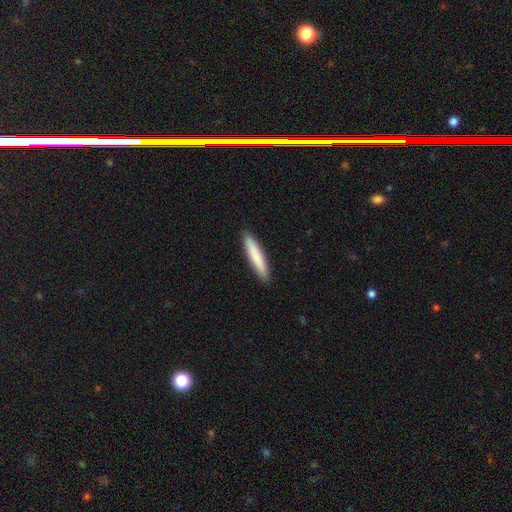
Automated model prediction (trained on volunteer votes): A smooth galaxy with no disk features (82%) that is cigar-shaped (92%). Merging: none (92%).